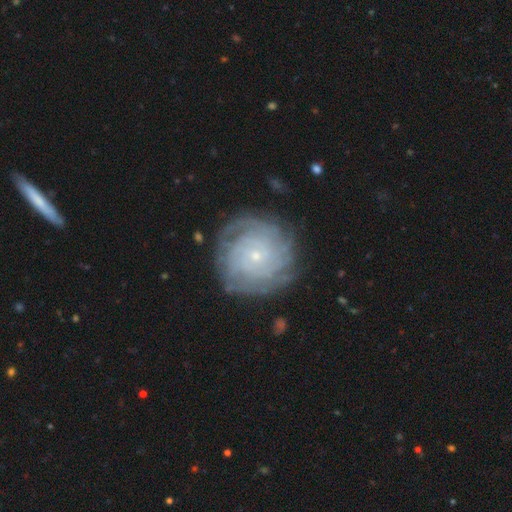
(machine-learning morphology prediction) A featured or disk galaxy (78%) with no bar (81%), tight (83%) spiral arms (93%) and a small central bulge (85%).

Vote fractions:
- Smooth or featured? featured or disk: 78% / smooth: 15% / star or artifact: 7%
- Edge-on disk? no: 97% / yes: 3%
- Bar? no: 81% / weak: 15% / strong: 4%
- Spiral arms? yes: 93% / no: 7%
- Spiral winding? tight: 83% / medium: 13% / loose: 4%
- Spiral arm count? can't tell: 40% / 4: 18% / more than 4: 14% / 3: 12% / 2: 10% / 1: 7%
- Bulge size? small: 85% / moderate: 11% / none: 2% / large: 1% / dominant: 1%
- Merging? none: 81% / minor disturbance: 13% / major disturbance: 5% / merger: 1%